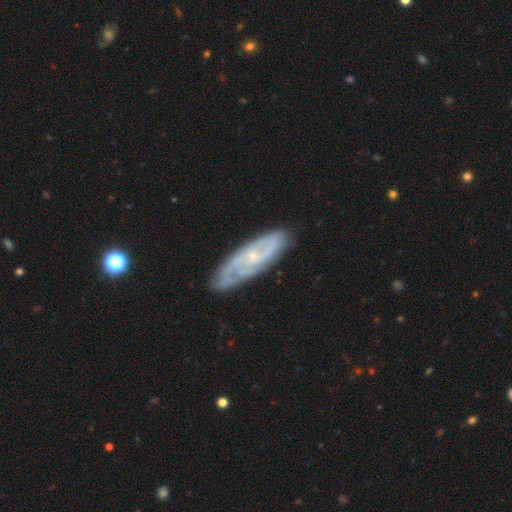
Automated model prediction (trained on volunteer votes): Q: Smooth or featured?
A: featured or disk (73%); runner-up: smooth (19%)
Q: Edge-on disk?
A: no (81%); runner-up: yes (19%)
Q: Bar?
A: no (62%); runner-up: weak (30%)
Q: Spiral arms?
A: yes (89%); runner-up: no (11%)
Q: Spiral winding?
A: tight (53%); runner-up: medium (35%)
Q: Spiral arm count?
A: can't tell (42%); runner-up: 2 (32%)
Q: Bulge size?
A: small (73%); runner-up: moderate (19%)
Q: Merging?
A: none (80%); runner-up: minor disturbance (14%)